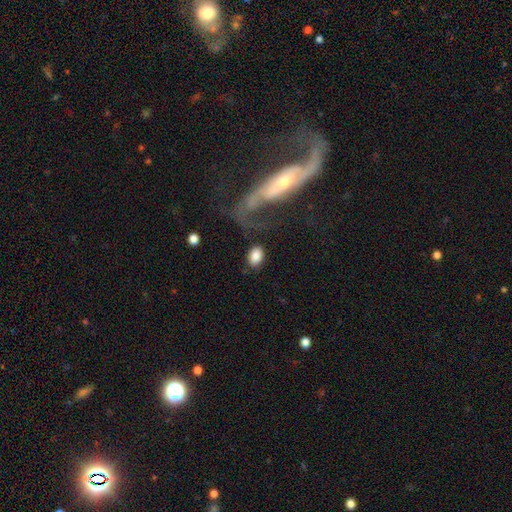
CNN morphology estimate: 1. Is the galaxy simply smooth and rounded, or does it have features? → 83% smooth, 10% featured or disk, 7% star or artifact.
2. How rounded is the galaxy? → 81% in between, 17% round, 2% cigar-shaped.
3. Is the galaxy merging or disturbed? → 71% none, 12% minor disturbance, 9% major disturbance, 7% merger.